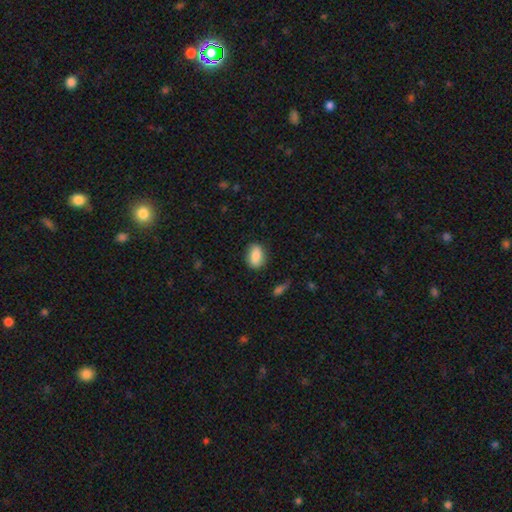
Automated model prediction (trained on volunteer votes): This is clearly a smooth galaxy (81%). How rounded: clearly in between (81%). Merging: clearly none (82%).